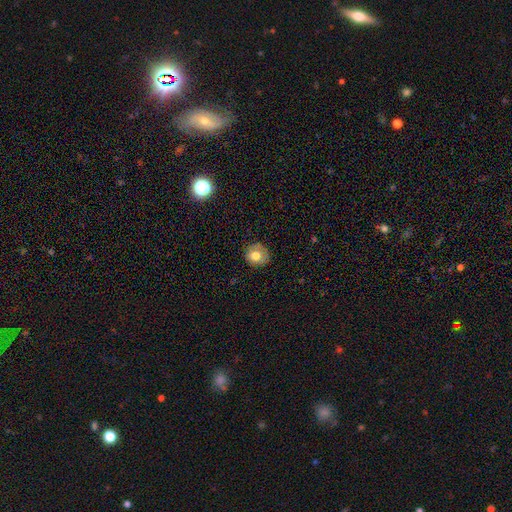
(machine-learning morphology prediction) Smooth or featured? Predicted: smooth (p=0.75). How rounded? Predicted: round (p=0.86). Merging? Predicted: none (p=0.81).